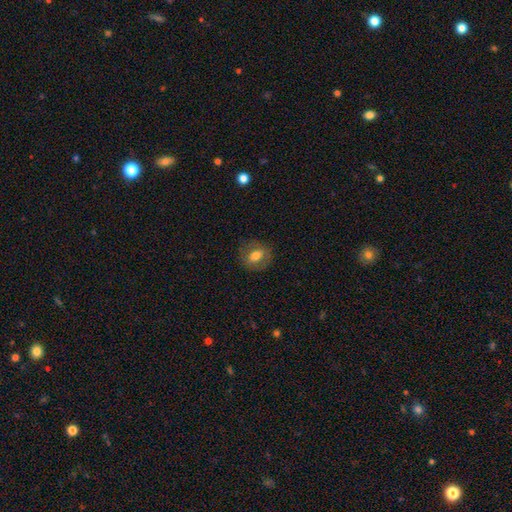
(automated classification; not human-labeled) Morphology: type=smooth (66%); roundness=round (57%); merging=none (80%).